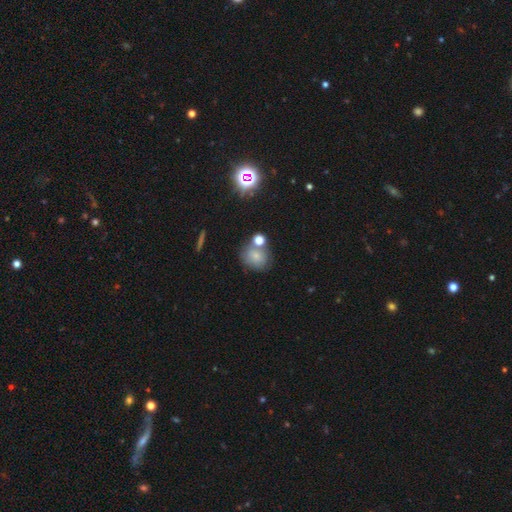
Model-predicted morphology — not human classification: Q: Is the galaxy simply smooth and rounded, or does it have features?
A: smooth — 73%.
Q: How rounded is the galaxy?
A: round — 71%.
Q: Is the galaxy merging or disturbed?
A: none — 58%.